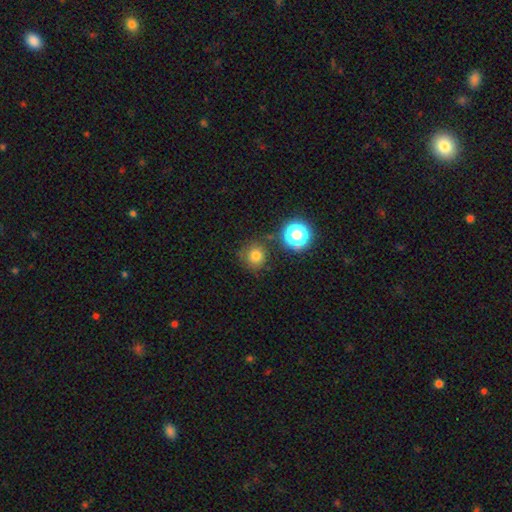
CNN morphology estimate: Smooth or featured? Predicted: smooth (p=0.73). How rounded? Predicted: round (p=0.91). Merging? Predicted: none (p=0.78).